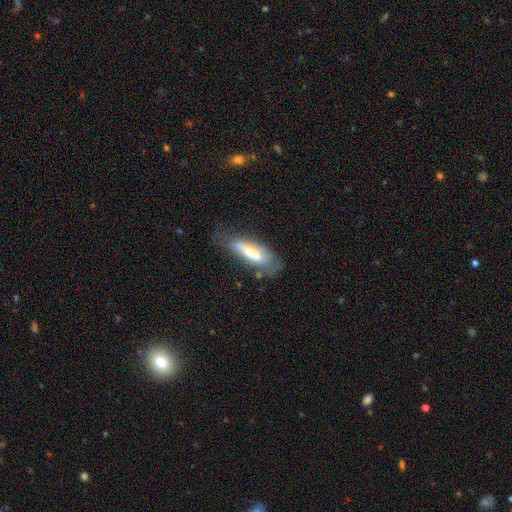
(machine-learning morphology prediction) type=smooth (48%); merging=none (53%).